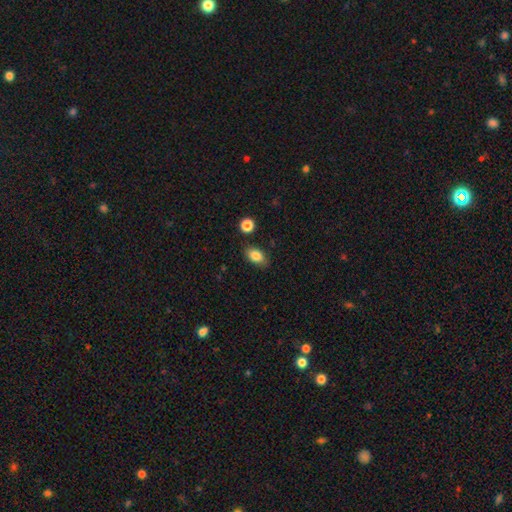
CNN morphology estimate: A smooth galaxy with no disk features (84%) that is in between round and cigar-shaped (87%). Merging: none (81%).